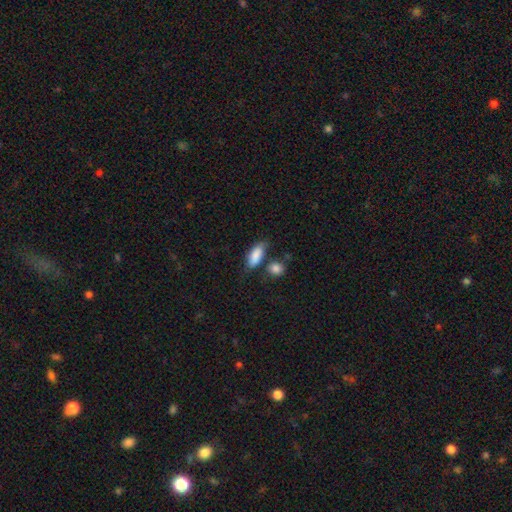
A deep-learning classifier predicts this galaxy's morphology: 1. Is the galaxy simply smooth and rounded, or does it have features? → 85% smooth, 9% featured or disk, 6% star or artifact.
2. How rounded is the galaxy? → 80% in between, 17% cigar-shaped, 4% round.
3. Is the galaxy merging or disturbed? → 59% none, 22% minor disturbance, 13% merger, 6% major disturbance.